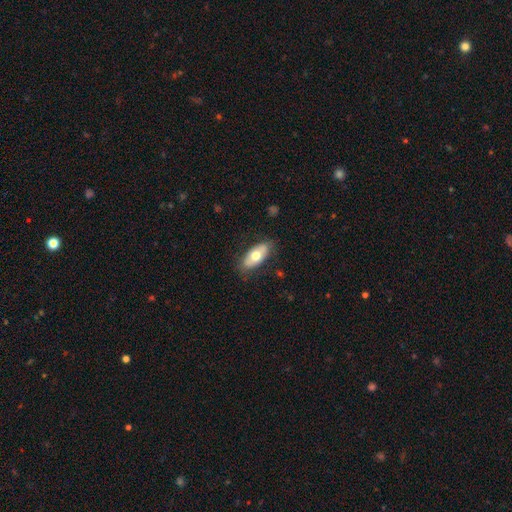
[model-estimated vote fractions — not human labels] Smooth or featured?
  - smooth: 64% *
  - featured or disk: 30%
  - star or artifact: 6%
How rounded?
  - in between: 89% *
  - cigar-shaped: 8%
  - round: 3%
Merging?
  - none: 81% *
  - minor disturbance: 14%
  - major disturbance: 4%
  - merger: 1%